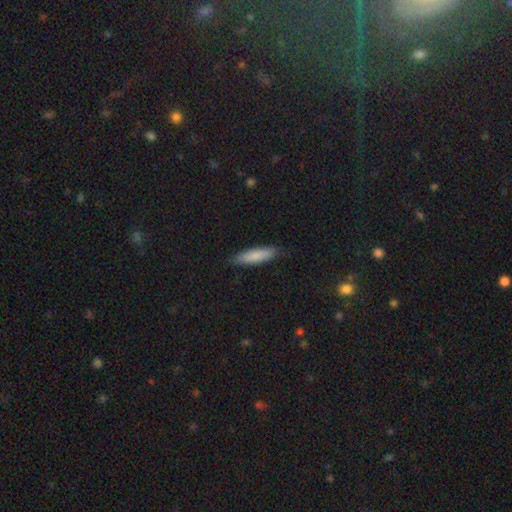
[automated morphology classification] This appears to be a smooth galaxy with no disk features (83%) that is cigar-shaped (72%). Merging: none (85%).